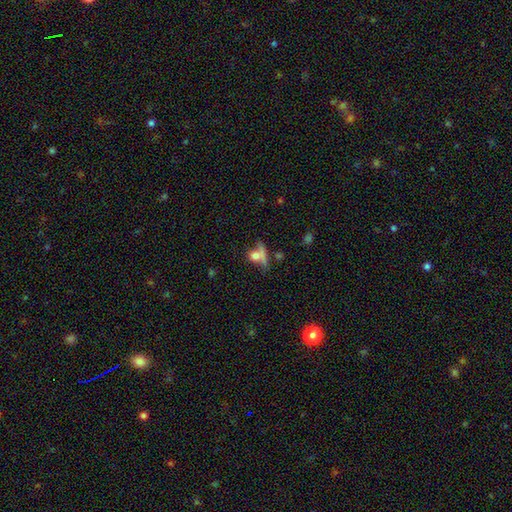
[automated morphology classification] smooth-or-featured: smooth: 67% | featured or disk: 20% | star or artifact: 14%
  how-rounded: round: 56% | in between: 34% | cigar-shaped: 10%
  merging: none: 36% | merger: 31% | major disturbance: 18% | minor disturbance: 15%